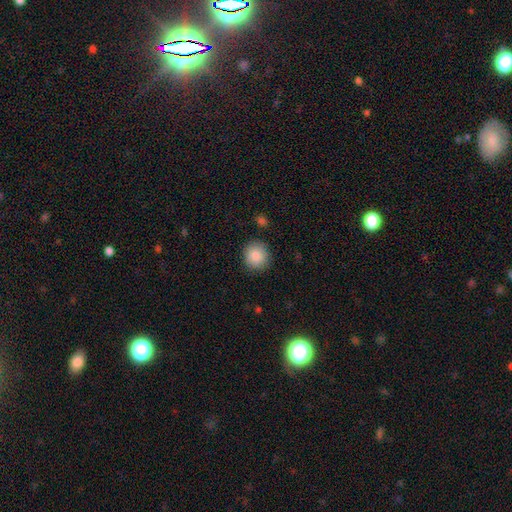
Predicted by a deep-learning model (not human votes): Smooth or featured? Predicted: smooth (p=0.87). How rounded? Predicted: round (p=0.90). Merging? Predicted: none (p=0.88).